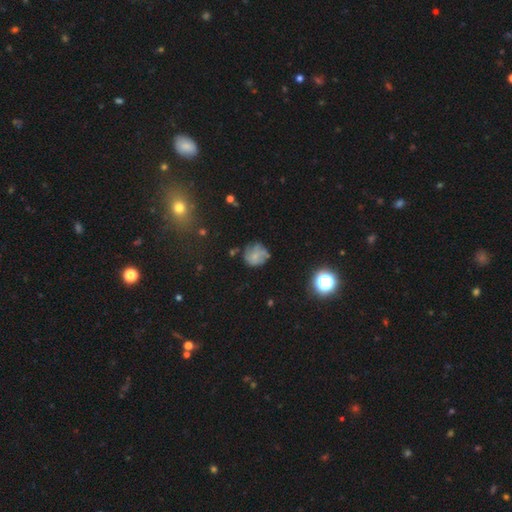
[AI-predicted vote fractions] Overall: smooth (50%; featured or disk 34%). Merging: none (59%; minor disturbance 24%).